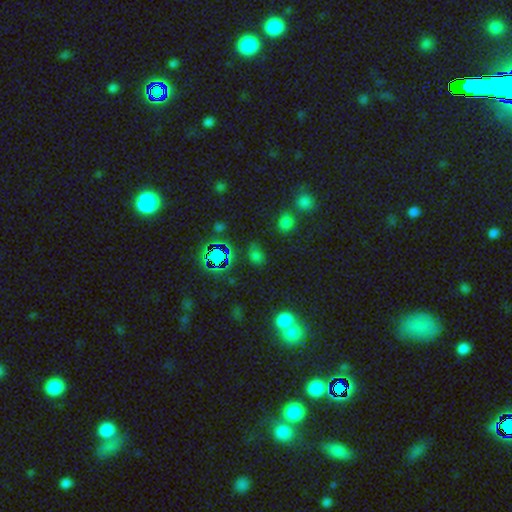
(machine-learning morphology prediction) smooth-or-featured: smooth: 48% | star or artifact: 44% | featured or disk: 8%
  merging: none: 73% | minor disturbance: 14% | major disturbance: 7% | merger: 6%